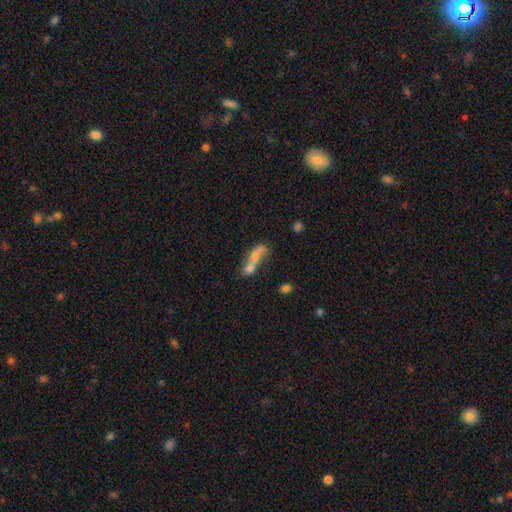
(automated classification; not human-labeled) This appears to be a smooth galaxy with no disk features (57%) that is in between round and cigar-shaped (62%). Merging: merger (61%).